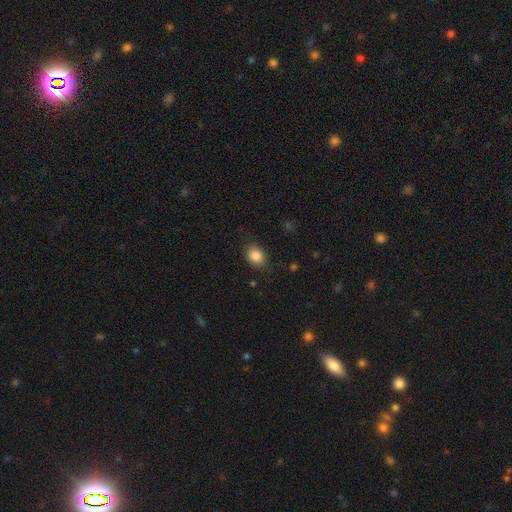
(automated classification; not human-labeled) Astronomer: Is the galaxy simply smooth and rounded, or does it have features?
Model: smooth — 85%.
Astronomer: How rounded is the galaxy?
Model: in between — 65%.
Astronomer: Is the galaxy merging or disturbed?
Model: none — 80%.